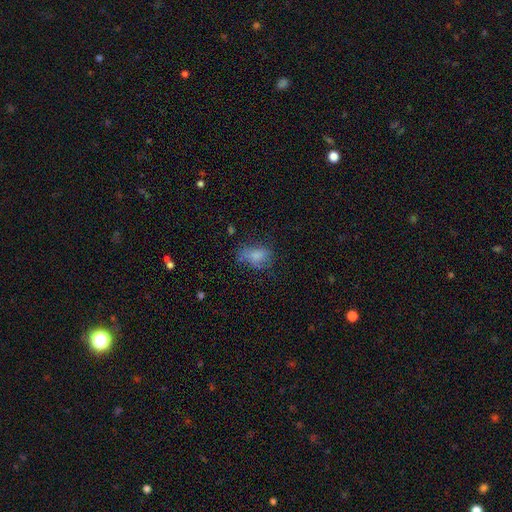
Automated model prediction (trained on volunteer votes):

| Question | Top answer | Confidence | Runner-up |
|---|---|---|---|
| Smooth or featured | smooth | 72% | featured or disk (16%) |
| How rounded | in between | 79% | round (19%) |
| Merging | none | 49% | minor disturbance (28%) |